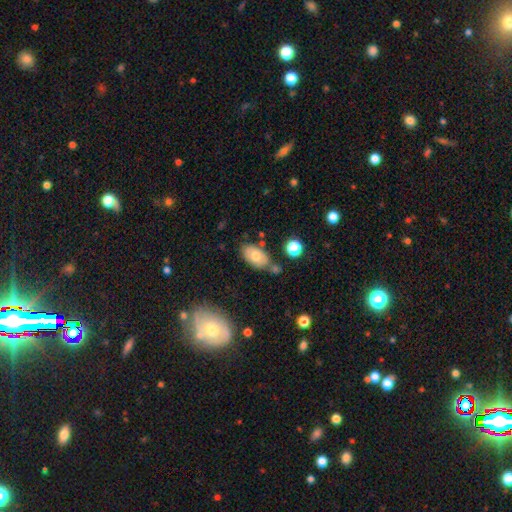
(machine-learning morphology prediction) smooth_or_featured: smooth (p=0.71) [alt: featured or disk p=0.21]
how_rounded: in between (p=0.92) [alt: round p=0.06]
merging: none (p=0.66) [alt: minor disturbance p=0.17]